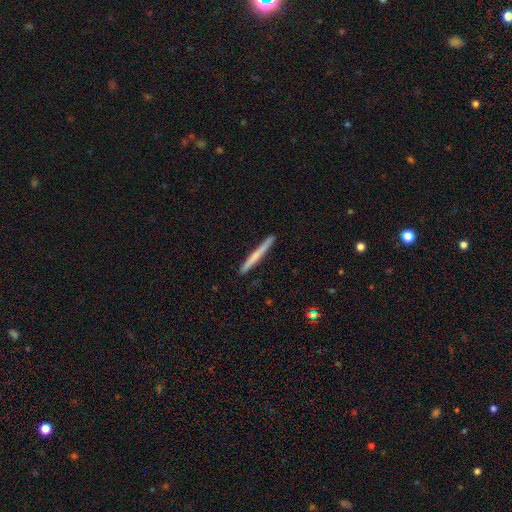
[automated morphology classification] smooth-or-featured: smooth: 53% | featured or disk: 41% | star or artifact: 6%
  how-rounded: cigar-shaped: 97% | in between: 2% | round: 1%
  merging: none: 90% | minor disturbance: 7% | major disturbance: 1% | merger: 1%